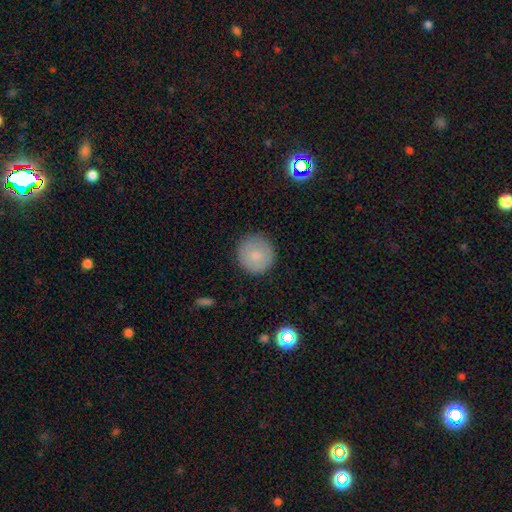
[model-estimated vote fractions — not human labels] This is clearly a smooth galaxy (80%). How rounded: clearly round (95%). Merging: clearly none (88%).